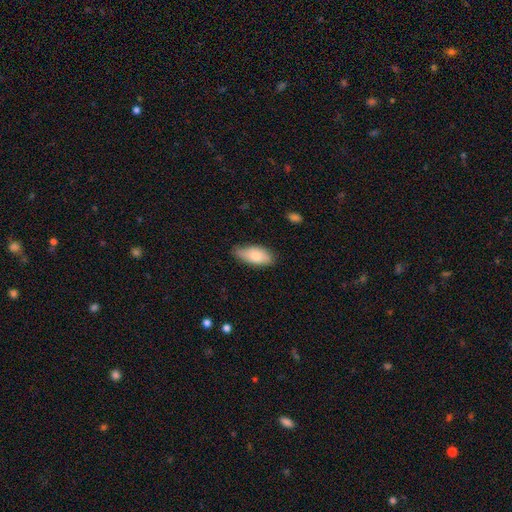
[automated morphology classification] type=smooth (79%); roundness=in between (89%); merging=none (66%).